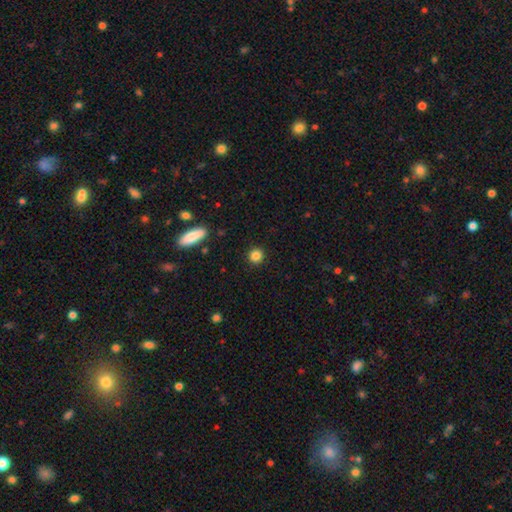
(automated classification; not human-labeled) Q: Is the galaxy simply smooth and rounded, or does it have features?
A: smooth — 86%.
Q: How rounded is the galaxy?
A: round — 90%.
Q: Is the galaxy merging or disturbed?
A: none — 91%.